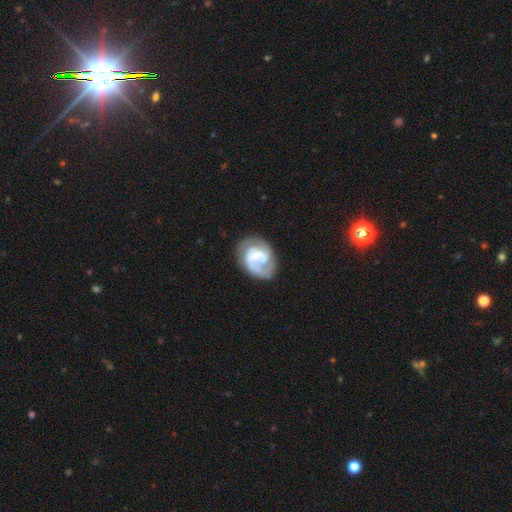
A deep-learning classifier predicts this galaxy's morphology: Smooth or featured? featured or disk (80%)
Edge-on disk? no (98%)
Bar? no (44%)
Spiral arms? yes (90%)
Spiral winding? tight (45%)
Spiral arm count? 2 (62%)
Bulge size? small (57%)
Merging? none (64%)